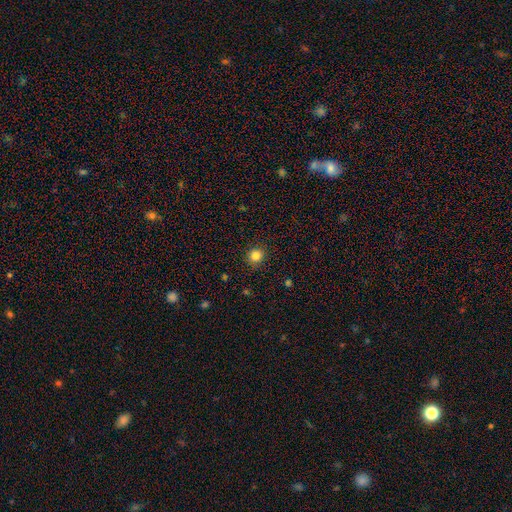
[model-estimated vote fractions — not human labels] Smooth or featured? Predicted: smooth (p=0.84). How rounded? Predicted: round (p=0.90). Merging? Predicted: none (p=0.90).